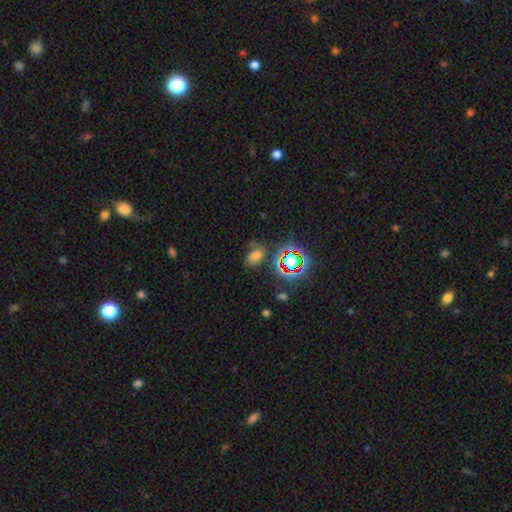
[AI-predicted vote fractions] Smooth or featured? Predicted: smooth (p=0.57). How rounded? Predicted: in between (p=0.80). Merging? Predicted: none (p=0.62).